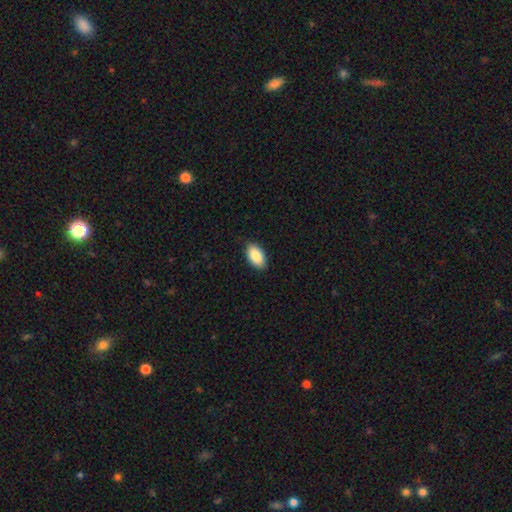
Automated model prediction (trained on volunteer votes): This is clearly a smooth galaxy (88%). How rounded: clearly in between (95%). Merging: clearly none (88%).